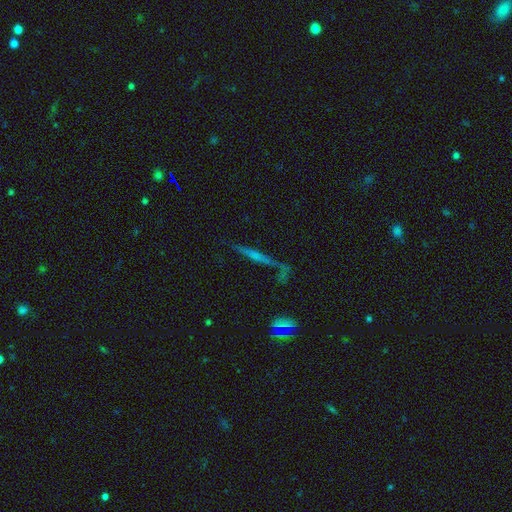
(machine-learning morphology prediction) type=featured or disk (56%); edge-on=yes (90%); edge-on bulge=none (53%); merging=none (68%).